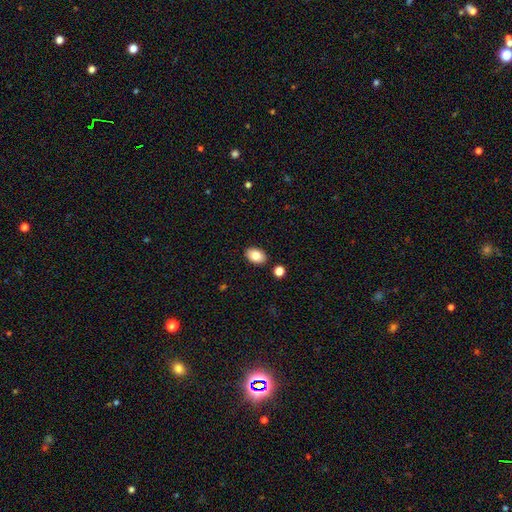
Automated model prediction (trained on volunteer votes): smooth-or-featured: smooth: 83% | featured or disk: 9% | star or artifact: 8%
  how-rounded: in between: 89% | round: 10% | cigar-shaped: 1%
  merging: none: 87% | minor disturbance: 8% | merger: 3% | major disturbance: 2%